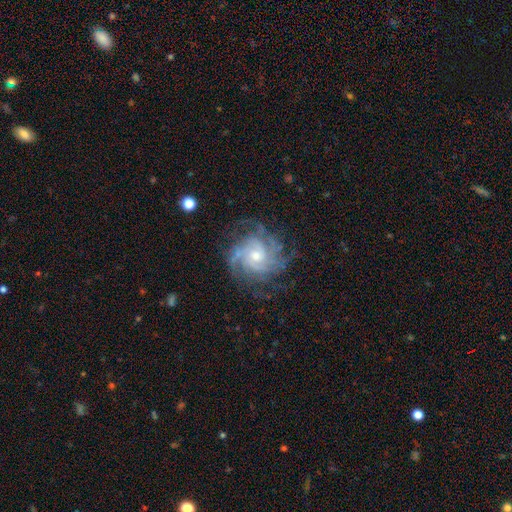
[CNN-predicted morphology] The model was most divided on "spiral arm count": can't tell: 27%, 4: 25%, 3: 19%, 2: 11%, more than 4: 11%, 1: 7%. Remaining: edge-on disk — no (97%); spiral arms — yes (97%); smooth or featured — featured or disk (87%); merging — none (73%); bar — no (73%); spiral winding — tight (61%); bulge size — small (50%).